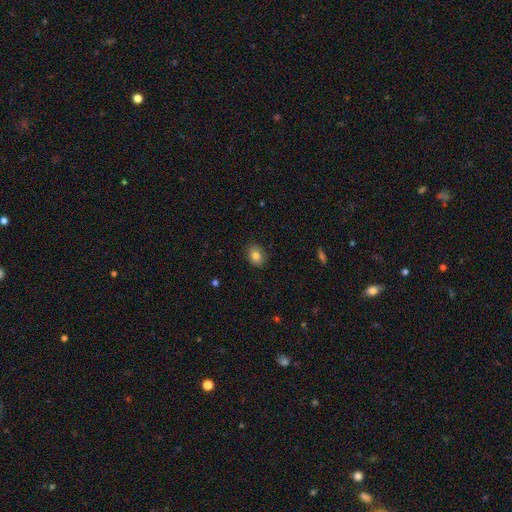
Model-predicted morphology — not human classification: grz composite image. It shows a smooth galaxy with no disk features (82%) that is in between round and cigar-shaped (54%). Merging: none (87%).